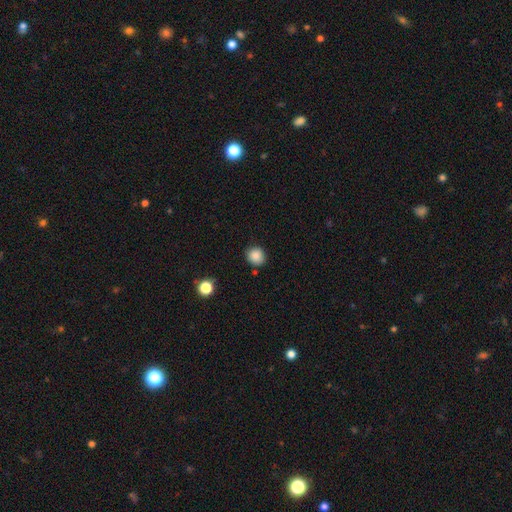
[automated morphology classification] This is clearly a smooth galaxy (86%). How rounded: clearly round (85%). Merging: clearly none (84%).